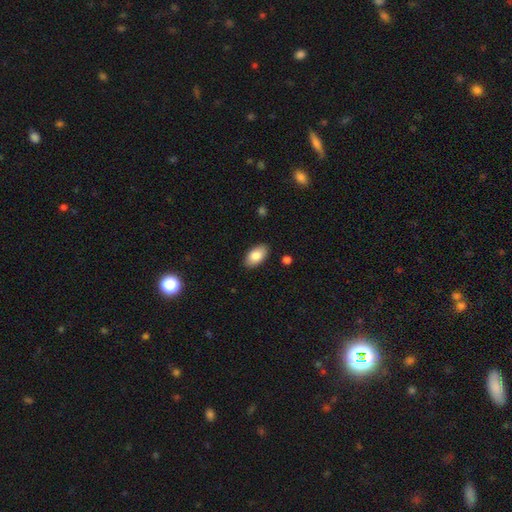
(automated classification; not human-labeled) A smooth galaxy with no disk features (83%) that is in between round and cigar-shaped (94%).

Vote fractions:
- Smooth or featured? smooth: 83% / featured or disk: 10% / star or artifact: 7%
- How rounded? in between: 94% / round: 4% / cigar-shaped: 2%
- Merging? none: 88% / minor disturbance: 9% / major disturbance: 2% / merger: 1%